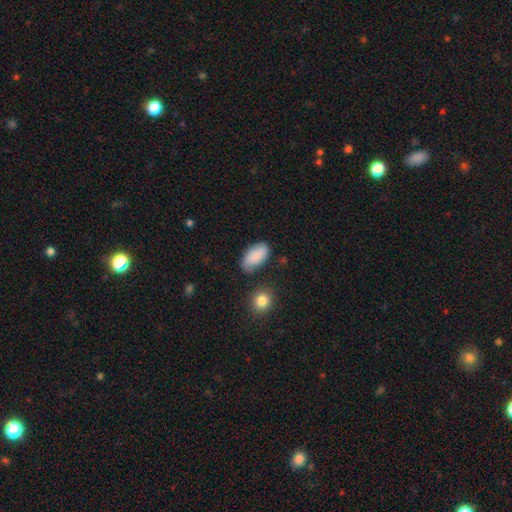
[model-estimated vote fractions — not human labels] Morphology: type=smooth (85%); roundness=in between (94%); merging=none (69%).